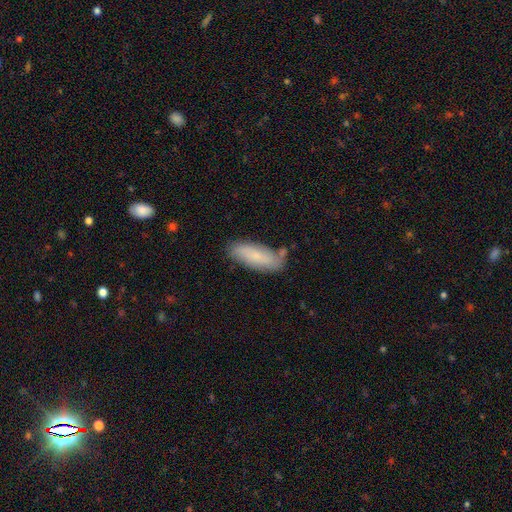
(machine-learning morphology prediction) This is likely a smooth galaxy (71%). How rounded: likely in between (62%). Merging: likely none (73%).